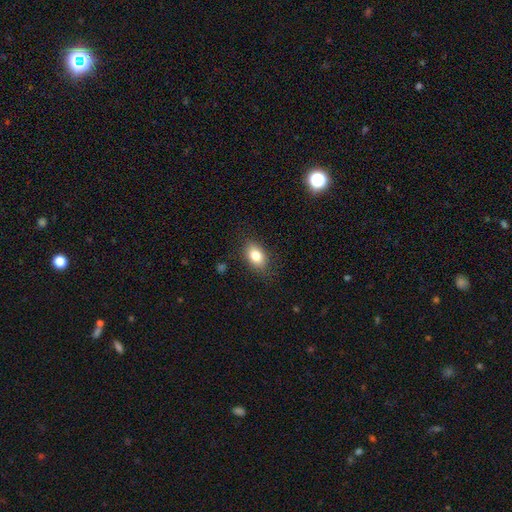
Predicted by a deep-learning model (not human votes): Smooth or featured?
  - smooth: 81% *
  - featured or disk: 10%
  - star or artifact: 9%
How rounded?
  - in between: 83% *
  - round: 15%
  - cigar-shaped: 2%
Merging?
  - none: 83% *
  - minor disturbance: 12%
  - major disturbance: 3%
  - merger: 1%